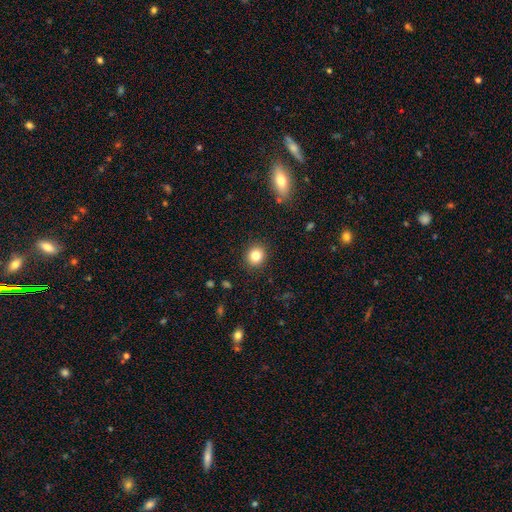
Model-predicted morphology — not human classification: A smooth galaxy with no disk features (82%) that is round (83%). Merging: none (91%).